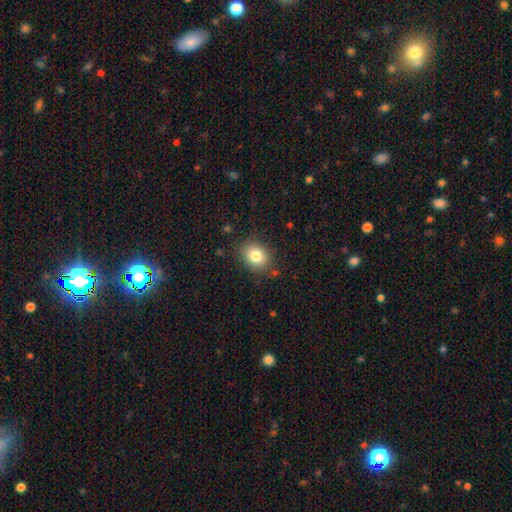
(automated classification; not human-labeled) Smooth or featured? smooth (82%)
How rounded? round (50%)
Merging? none (83%)